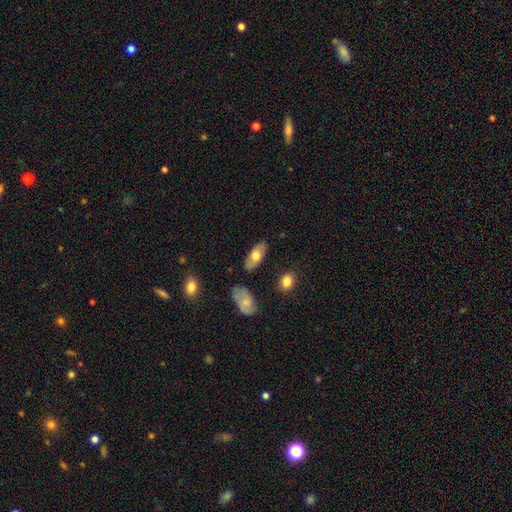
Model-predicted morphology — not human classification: A smooth galaxy with no disk features (65%) that is in between round and cigar-shaped (87%).

Vote fractions:
- Smooth or featured? smooth: 65% / featured or disk: 29% / star or artifact: 6%
- How rounded? in between: 87% / cigar-shaped: 10% / round: 3%
- Merging? none: 82% / minor disturbance: 13% / major disturbance: 3% / merger: 3%